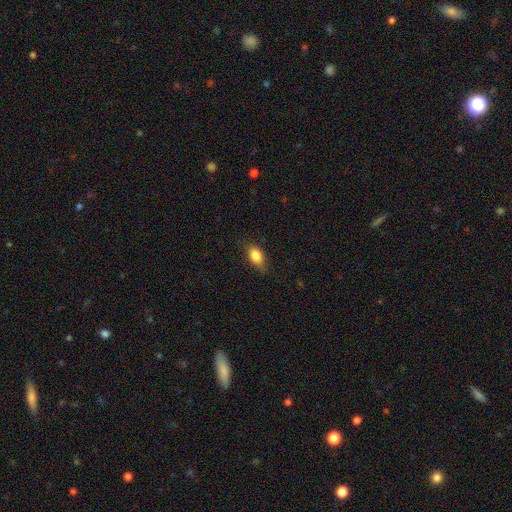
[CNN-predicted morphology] A smooth galaxy with no disk features (84%) that is in between round and cigar-shaped (83%).

Vote fractions:
- Smooth or featured? smooth: 84% / star or artifact: 8% / featured or disk: 8%
- How rounded? in between: 83% / round: 12% / cigar-shaped: 4%
- Merging? none: 76% / minor disturbance: 19% / major disturbance: 4% / merger: 1%